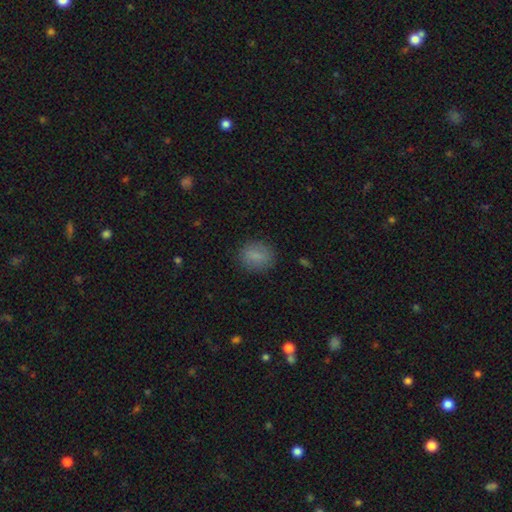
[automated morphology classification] Overall: smooth (83%). How rounded: round (58%; in between 41%). Merging: none (86%).